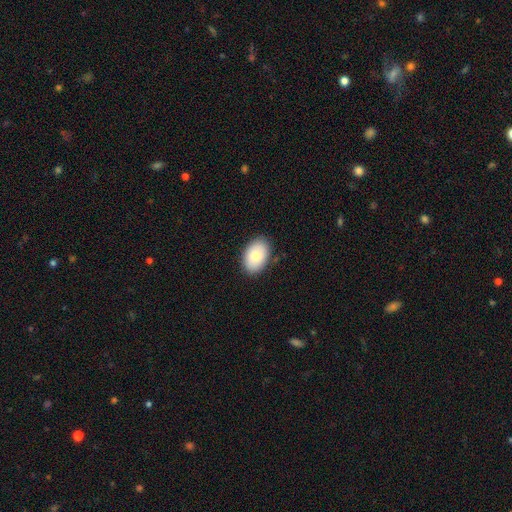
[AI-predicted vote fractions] Smooth or featured: smooth — 79% (featured or disk — 15%)
How rounded: in between — 88% (round — 11%)
Merging: none — 87% (minor disturbance — 10%)